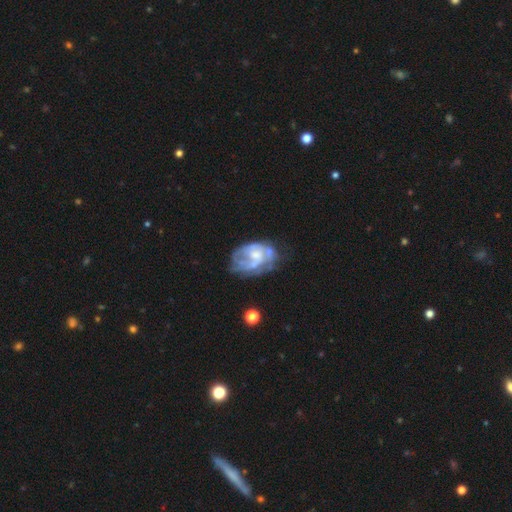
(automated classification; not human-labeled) The model was most divided on "bulge size": moderate: 37%, small: 35%, none: 21%, large: 6%, dominant: 1%. Remaining: edge-on disk — no (98%); bar — no (72%); smooth or featured — featured or disk (70%); spiral arms — yes (53%); merging — none (37%).